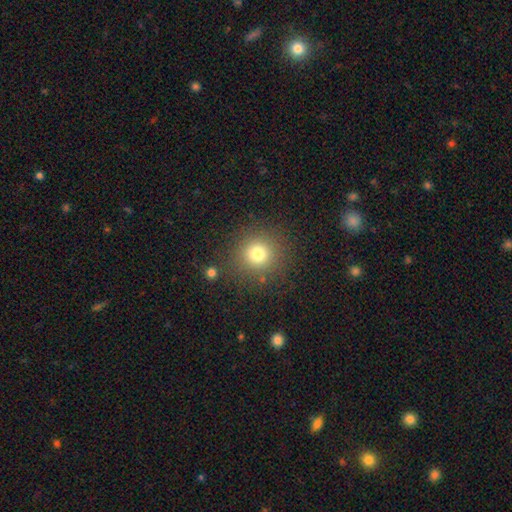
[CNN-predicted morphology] Smooth or featured?
  - smooth: 76% *
  - star or artifact: 16%
  - featured or disk: 9%
How rounded?
  - round: 93% *
  - in between: 6%
  - cigar-shaped: 1%
Merging?
  - none: 85% *
  - minor disturbance: 8%
  - major disturbance: 4%
  - merger: 3%